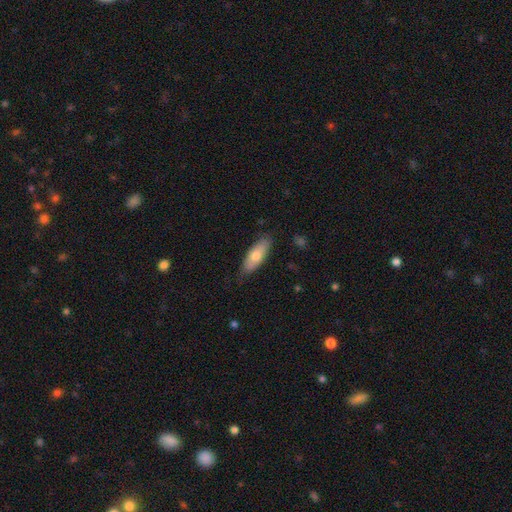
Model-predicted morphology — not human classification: This appears to be a smooth galaxy with no disk features (71%) that is in between round and cigar-shaped (66%). Merging: none (79%).